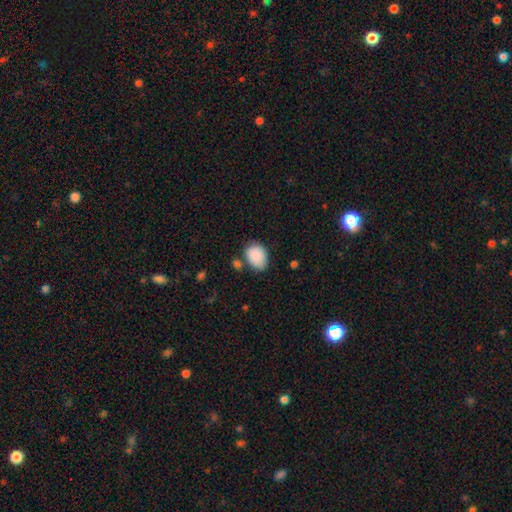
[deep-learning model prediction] smooth_or_featured: smooth (p=0.88) [alt: star or artifact p=0.07]
how_rounded: in between (p=0.73) [alt: round p=0.26]
merging: none (p=0.65) [alt: minor disturbance p=0.21]